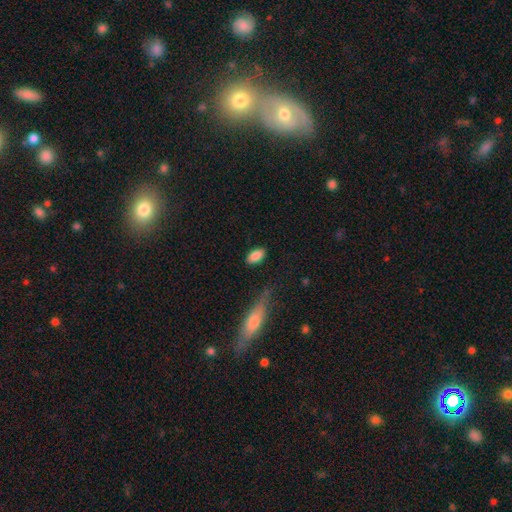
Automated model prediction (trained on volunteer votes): Smooth or featured: smooth — 88% (star or artifact — 7%)
How rounded: in between — 92% (cigar-shaped — 5%)
Merging: none — 84% (minor disturbance — 11%)